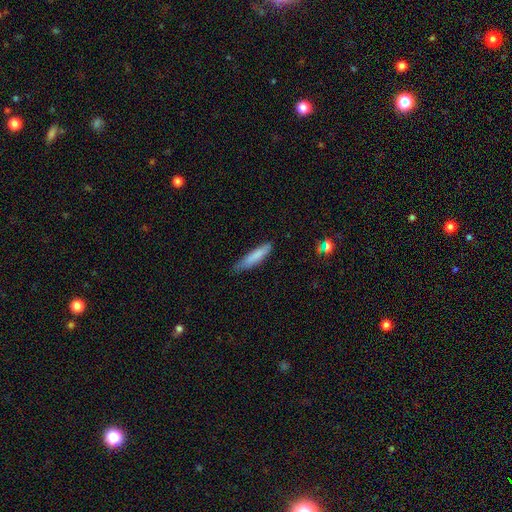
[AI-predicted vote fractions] smooth-or-featured: smooth: 81% | featured or disk: 13% | star or artifact: 6%
  how-rounded: cigar-shaped: 84% | in between: 15% | round: 1%
  merging: none: 70% | minor disturbance: 25% | major disturbance: 4% | merger: 2%